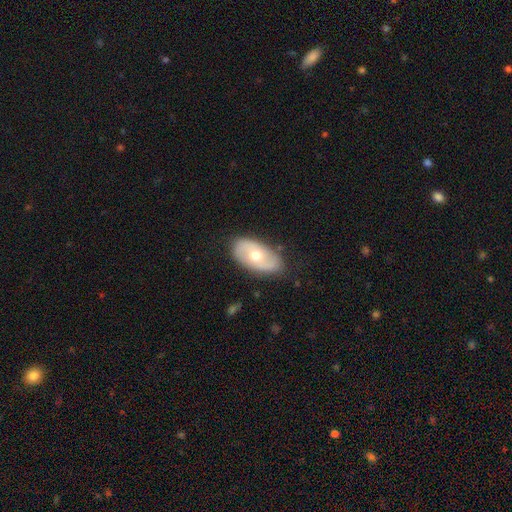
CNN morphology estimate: smooth_or_featured: featured or disk (p=0.50) [alt: smooth p=0.44]
disk_edge_on: no (p=0.89) [alt: yes p=0.11]
merging: none (p=0.80) [alt: minor disturbance p=0.15]